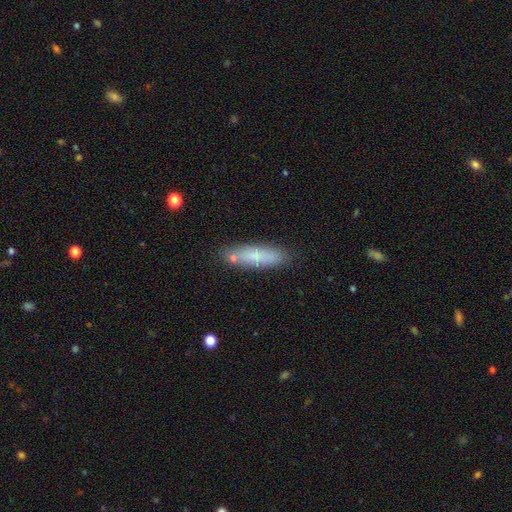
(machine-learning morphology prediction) A smooth galaxy with no disk features (70%) that is cigar-shaped (69%). Merging: none (79%).